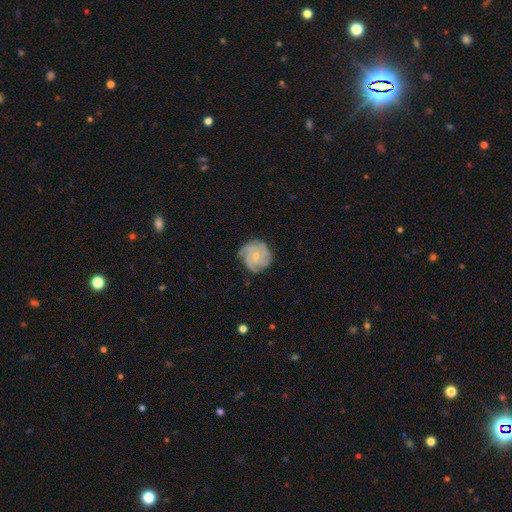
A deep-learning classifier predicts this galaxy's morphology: Smooth or featured? Predicted: featured or disk (p=0.73). Edge-on disk? Predicted: no (p=0.98). Bar? Predicted: no (p=0.78). Spiral arms? Predicted: yes (p=0.93). Spiral winding? Predicted: tight (p=0.65). Spiral arm count? Predicted: can't tell (p=0.27, tied with 3). Bulge size? Predicted: small (p=0.67). Merging? Predicted: none (p=0.71).